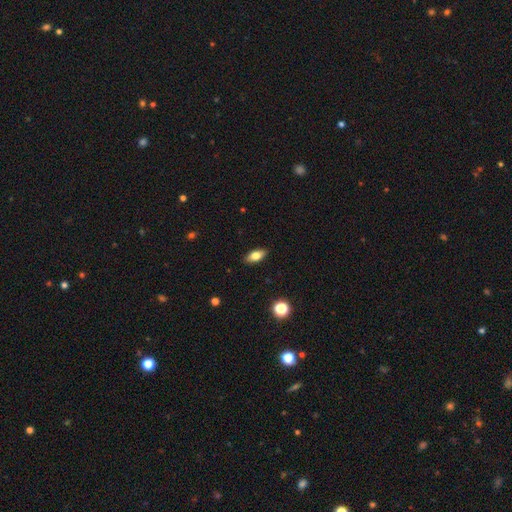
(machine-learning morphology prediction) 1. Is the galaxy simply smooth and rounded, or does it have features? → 74% smooth, 18% featured or disk, 8% star or artifact.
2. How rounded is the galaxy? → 84% in between, 12% cigar-shaped, 5% round.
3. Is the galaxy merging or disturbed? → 89% none, 8% minor disturbance, 2% major disturbance, 1% merger.